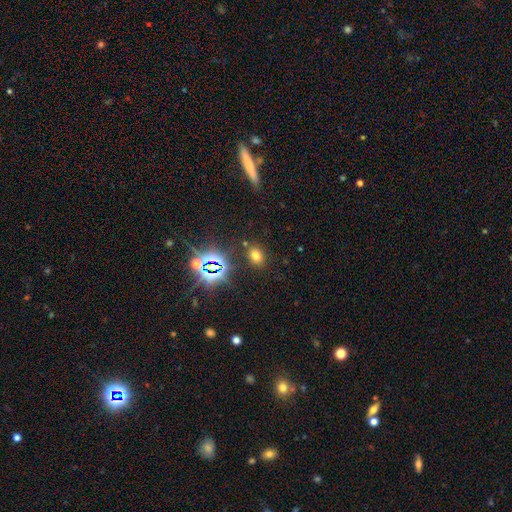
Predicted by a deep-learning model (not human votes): smooth-or-featured: smooth: 61% | star or artifact: 30% | featured or disk: 9%
  how-rounded: in between: 60% | round: 39% | cigar-shaped: 1%
  merging: none: 83% | minor disturbance: 9% | major disturbance: 4% | merger: 4%